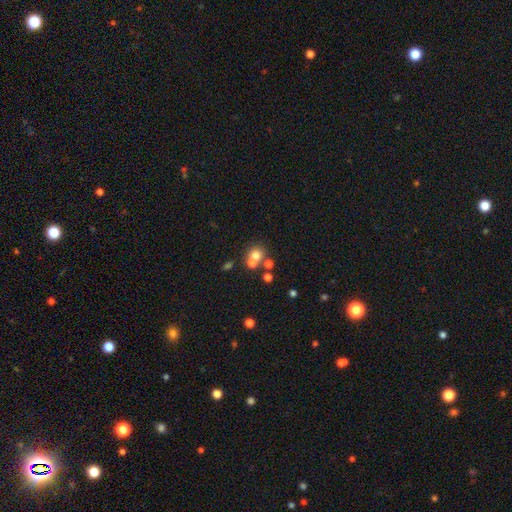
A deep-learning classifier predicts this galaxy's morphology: smooth_or_featured: smooth (p=0.67) [alt: featured or disk p=0.17]
how_rounded: round (p=0.84) [alt: in between p=0.15]
merging: none (p=0.46) [alt: merger p=0.43]